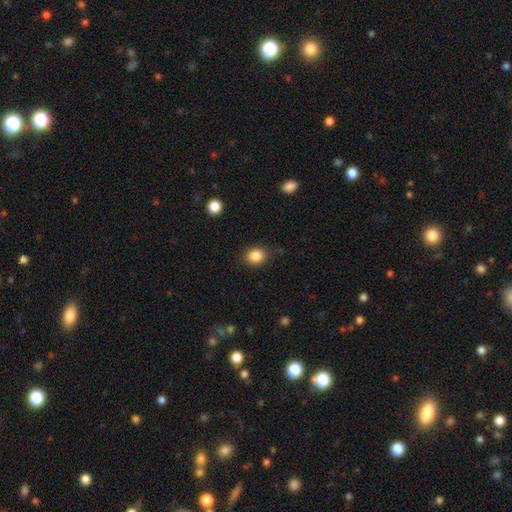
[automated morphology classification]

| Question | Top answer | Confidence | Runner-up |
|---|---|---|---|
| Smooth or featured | smooth | 86% | star or artifact (10%) |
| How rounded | round | 65% | in between (34%) |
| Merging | none | 82% | minor disturbance (12%) |